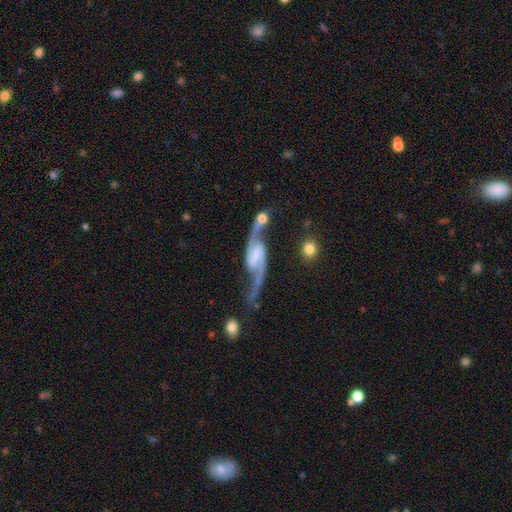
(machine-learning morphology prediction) smooth-or-featured: featured or disk: 91% | star or artifact: 5% | smooth: 4%
  disk-edge-on: no: 95% | yes: 5%
    bar: weak: 41% | strong: 38% | no: 21%
    has-spiral-arms: yes: 97% | no: 3%
      spiral-winding: loose: 74% | medium: 20% | tight: 5%
      spiral-arm-count: 2: 94% | 1: 1% | can't tell: 1% | 3: 1% | 4: 1% | more than 4: 1%
    bulge-size: none: 52% | small: 24% | moderate: 14% | large: 8% | dominant: 3%
  merging: none: 60% | minor disturbance: 17% | merger: 12% | major disturbance: 11%